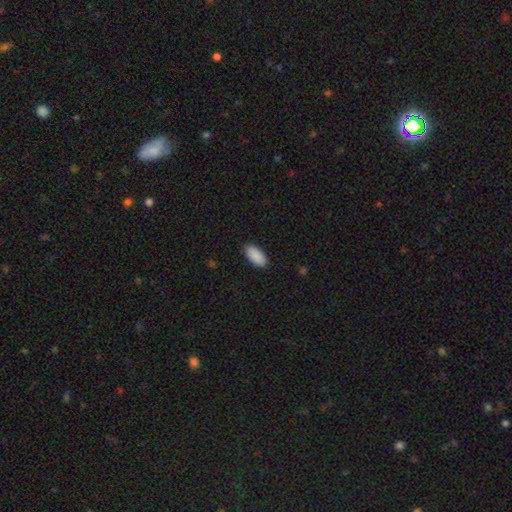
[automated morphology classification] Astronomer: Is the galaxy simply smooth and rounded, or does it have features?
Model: smooth — 91%.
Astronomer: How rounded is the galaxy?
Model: in between — 94%.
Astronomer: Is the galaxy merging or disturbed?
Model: none — 89%.